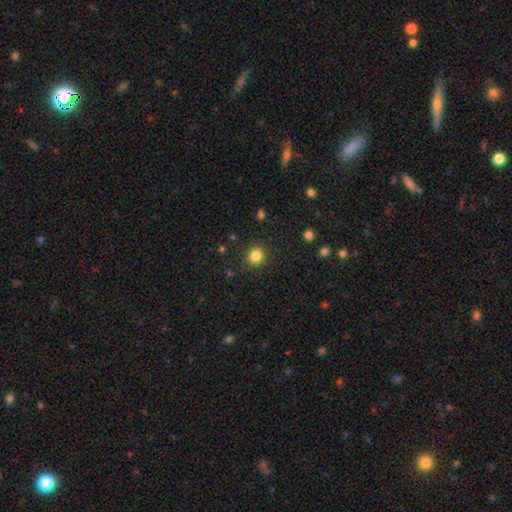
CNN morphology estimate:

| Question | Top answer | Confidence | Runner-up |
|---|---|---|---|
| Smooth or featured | smooth | 84% | star or artifact (11%) |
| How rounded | round | 86% | in between (13%) |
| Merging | none | 89% | minor disturbance (7%) |